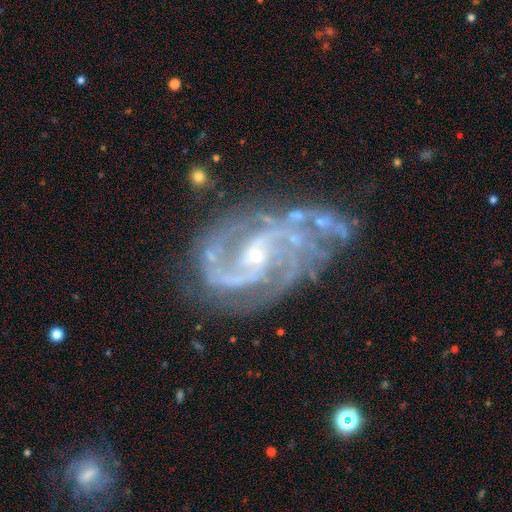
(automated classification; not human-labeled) A featured or disk galaxy (90%) with no bar (47%), 2 (51%) medium (51%) spiral arms (98%) and a small central bulge (73%).

Vote fractions:
- Smooth or featured? featured or disk: 90% / star or artifact: 6% / smooth: 3%
- Edge-on disk? no: 98% / yes: 2%
- Bar? no: 47% / weak: 39% / strong: 14%
- Spiral arms? yes: 98% / no: 2%
- Spiral winding? medium: 51% / tight: 37% / loose: 12%
- Spiral arm count? 2: 51% / 3: 20% / can't tell: 12% / 4: 7% / 1: 6% / more than 4: 5%
- Bulge size? small: 73% / moderate: 22% / none: 3% / large: 1% / dominant: 1%
- Merging? none: 51% / minor disturbance: 25% / major disturbance: 17% / merger: 7%